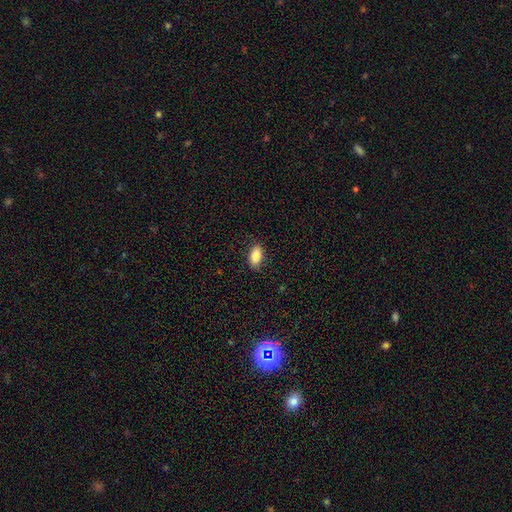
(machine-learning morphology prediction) smooth-or-featured: smooth: 87% | star or artifact: 7% | featured or disk: 6%
  how-rounded: in between: 92% | round: 5% | cigar-shaped: 4%
  merging: none: 84% | minor disturbance: 12% | major disturbance: 3% | merger: 1%